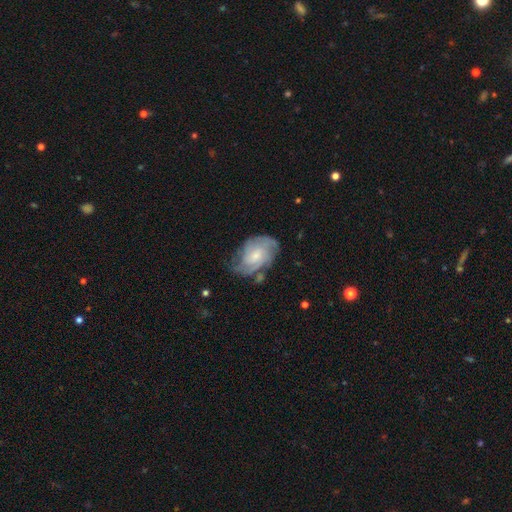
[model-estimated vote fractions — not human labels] This is likely a featured or disk galaxy (69%). It is clearly not viewed edge-on (97%). Bar: likely no (63%). Spiral arm pattern: clearly yes (87%). Spiral arm count: marginally can't tell (37%). Spiral winding: marginally tight (45%). Central bulge: possibly small (54%). Merging: possibly none (53%).